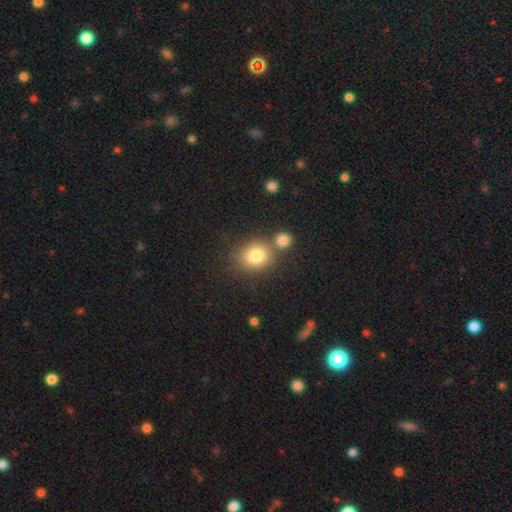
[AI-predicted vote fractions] A smooth galaxy with no disk features (80%) that is round (72%).

Vote fractions:
- Smooth or featured? smooth: 80% / star or artifact: 11% / featured or disk: 9%
- How rounded? round: 72% / in between: 27% / cigar-shaped: 1%
- Merging? none: 62% / merger: 24% / minor disturbance: 10% / major disturbance: 4%